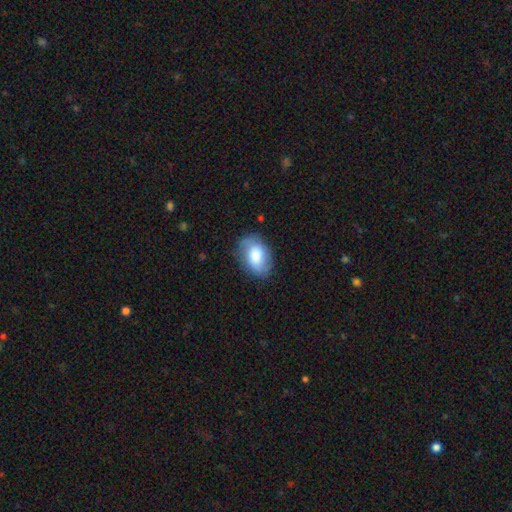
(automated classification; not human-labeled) The model was most divided on "smooth or featured": smooth: 73%, featured or disk: 20%, star or artifact: 7%. More confident: how rounded — in between (87%); merging — none (73%).